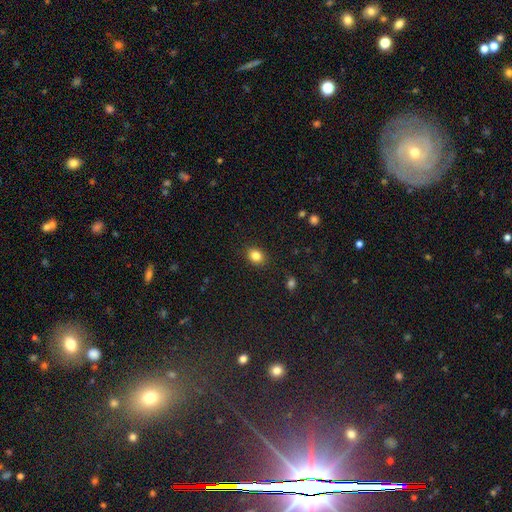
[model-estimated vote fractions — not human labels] Q: Smooth or featured?
A: smooth (83%); runner-up: star or artifact (11%)
Q: How rounded?
A: round (53%); runner-up: in between (46%)
Q: Merging?
A: none (88%); runner-up: minor disturbance (9%)